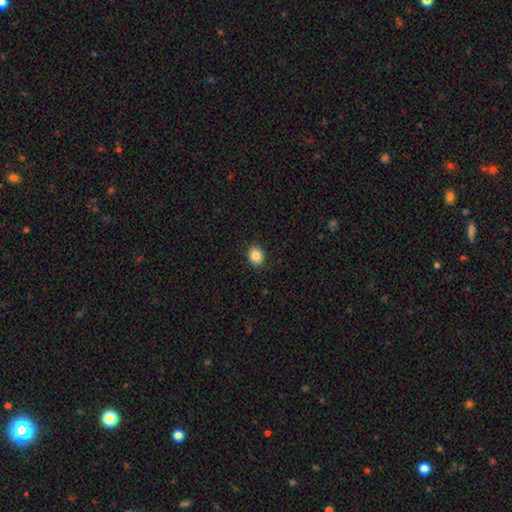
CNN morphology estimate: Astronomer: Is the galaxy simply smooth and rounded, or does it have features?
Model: smooth — 85%.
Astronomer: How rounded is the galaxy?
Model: round — 59% (runner-up: in between, 40%).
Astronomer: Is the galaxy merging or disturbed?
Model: none — 90%.